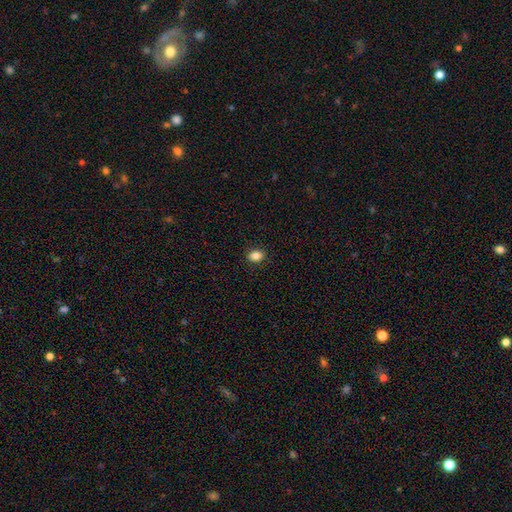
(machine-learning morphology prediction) Smooth or featured? Predicted: smooth (p=0.85). How rounded? Predicted: in between (p=0.64). Merging? Predicted: none (p=0.90).